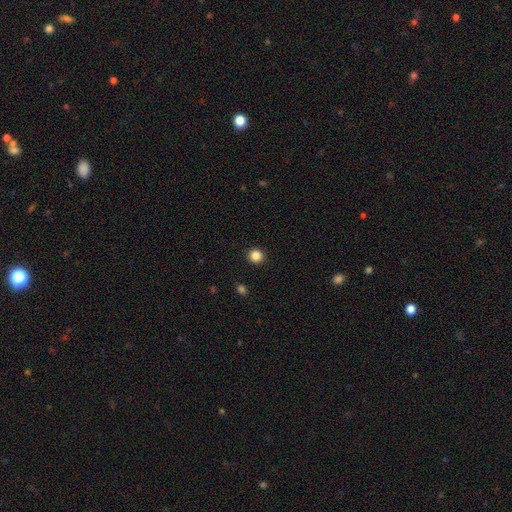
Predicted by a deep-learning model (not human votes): A smooth galaxy with no disk features (86%) that is round (93%). Merging: none (93%).